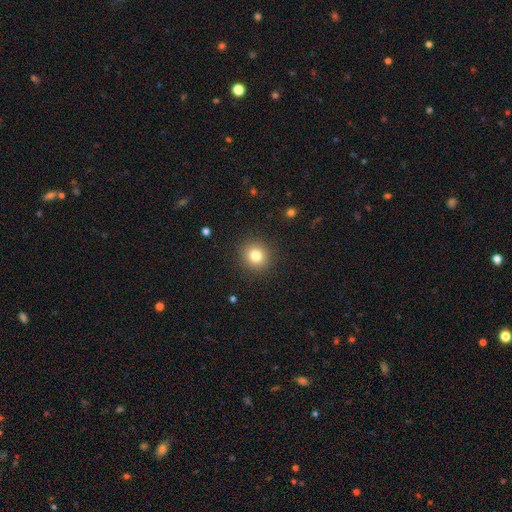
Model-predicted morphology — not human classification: This appears to be a smooth galaxy with no disk features (80%) that is round (89%). Merging: none (90%).